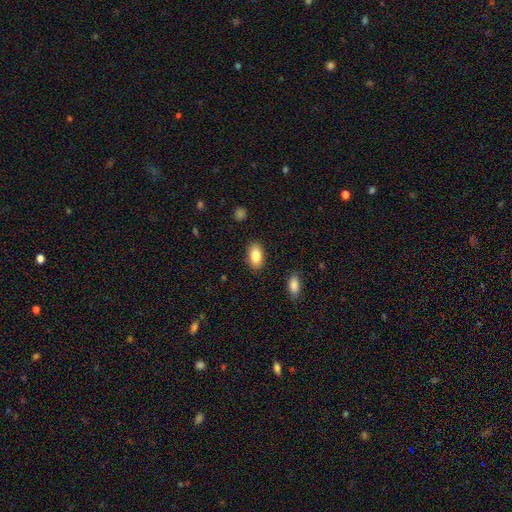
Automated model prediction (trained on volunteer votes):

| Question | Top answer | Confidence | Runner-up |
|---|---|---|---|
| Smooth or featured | smooth | 85% | featured or disk (7%) |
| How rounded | in between | 92% | round (5%) |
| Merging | none | 87% | minor disturbance (10%) |